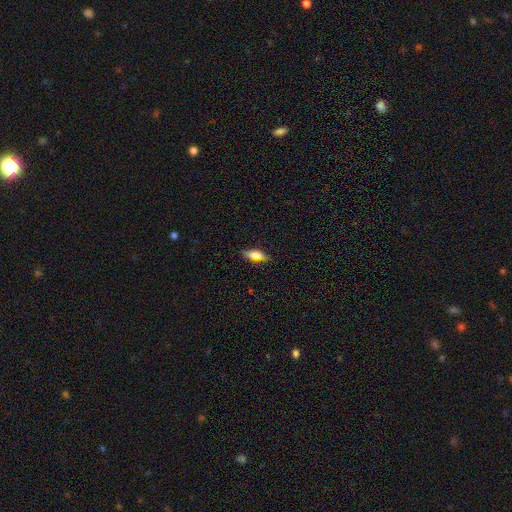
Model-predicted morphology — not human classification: Overall: smooth (67%). How rounded: in between (62%; cigar-shaped 34%). Merging: none (83%).